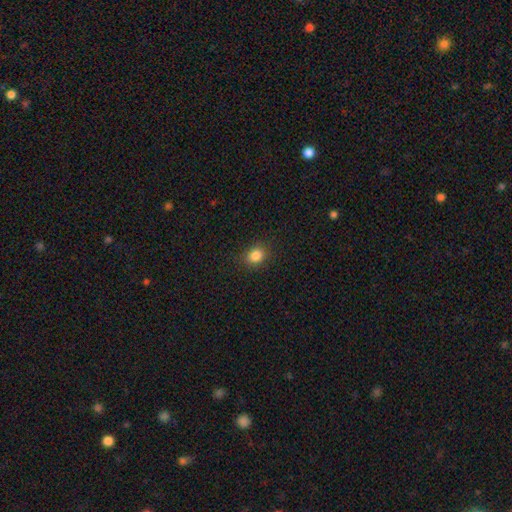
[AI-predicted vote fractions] smooth-or-featured: smooth: 84% | star or artifact: 11% | featured or disk: 5%
  how-rounded: round: 58% | in between: 41% | cigar-shaped: 1%
  merging: none: 87% | minor disturbance: 9% | major disturbance: 3% | merger: 1%